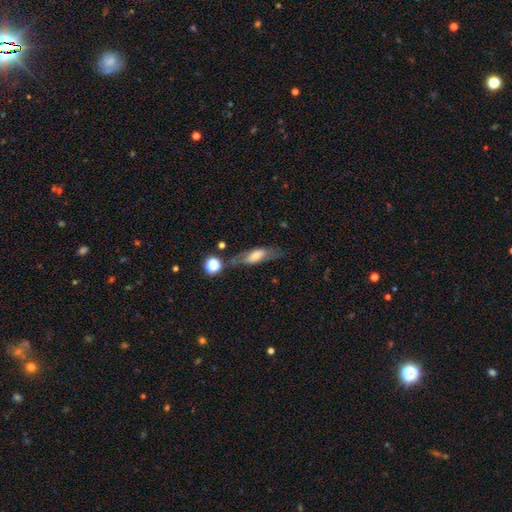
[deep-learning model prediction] This appears to be a smooth galaxy with no disk features (49%). Merging: none (62%).